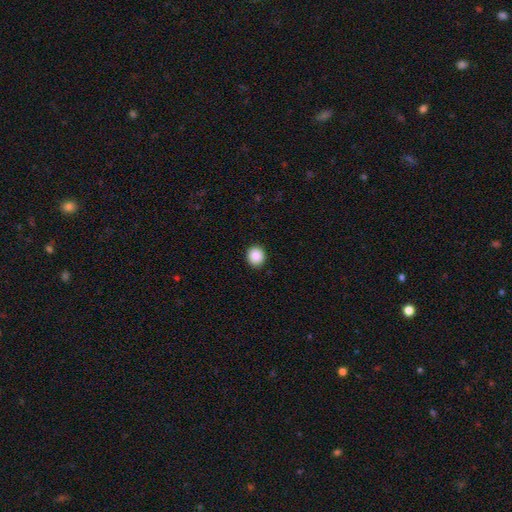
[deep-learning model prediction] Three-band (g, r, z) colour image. It shows a smooth galaxy with no disk features (89%) that is round (85%). Merging: none (92%).